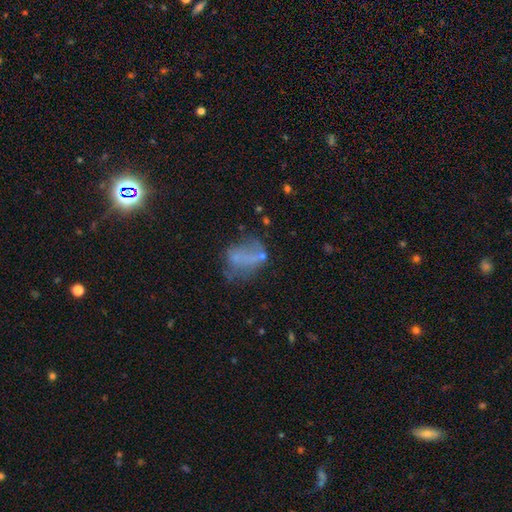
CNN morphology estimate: This appears to be a smooth galaxy with no disk features (48%). Merging: none (35%).